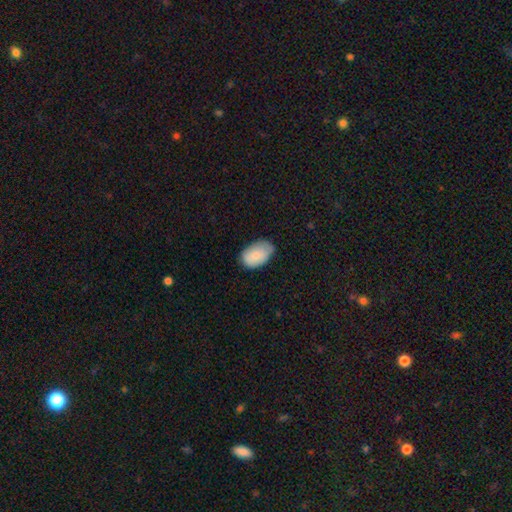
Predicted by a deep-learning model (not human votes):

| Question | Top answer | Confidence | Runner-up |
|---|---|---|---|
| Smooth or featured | smooth | 83% | featured or disk (11%) |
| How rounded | in between | 90% | round (8%) |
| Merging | none | 57% | minor disturbance (36%) |